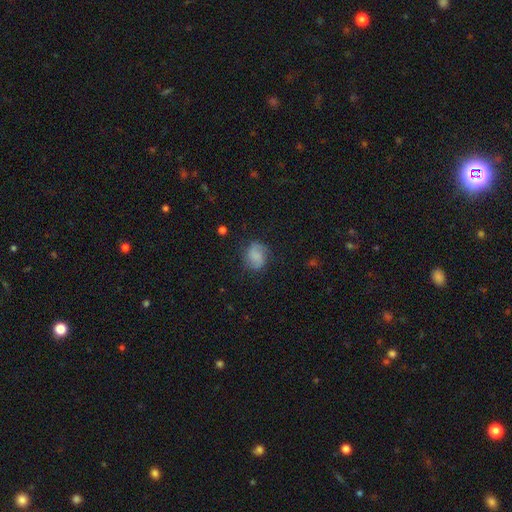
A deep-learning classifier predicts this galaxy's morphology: Smooth or featured? Predicted: smooth (p=0.68). How rounded? Predicted: round (p=0.53). Merging? Predicted: none (p=0.68).